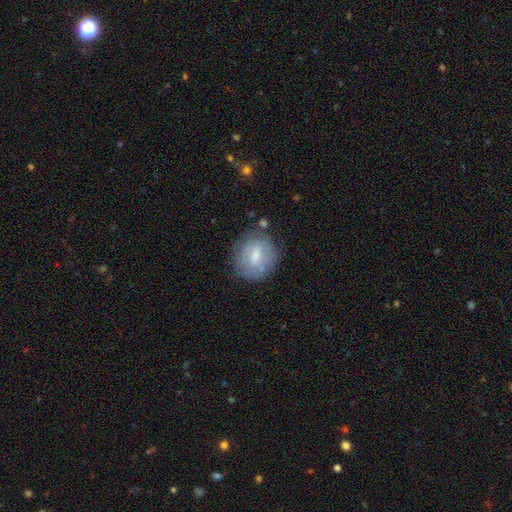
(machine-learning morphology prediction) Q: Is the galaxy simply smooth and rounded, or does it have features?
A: smooth — 56%.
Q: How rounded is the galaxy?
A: round — 68%.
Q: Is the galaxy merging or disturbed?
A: none — 67%.